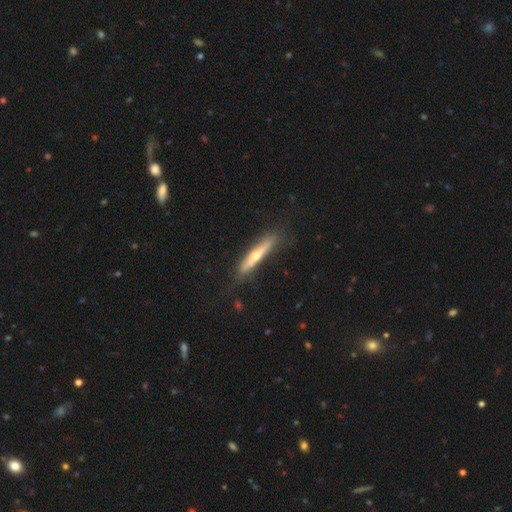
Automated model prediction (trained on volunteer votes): A featured or disk galaxy (56%) viewed edge-on (91%) with a rounded central bulge (81%). Merging: none (81%).